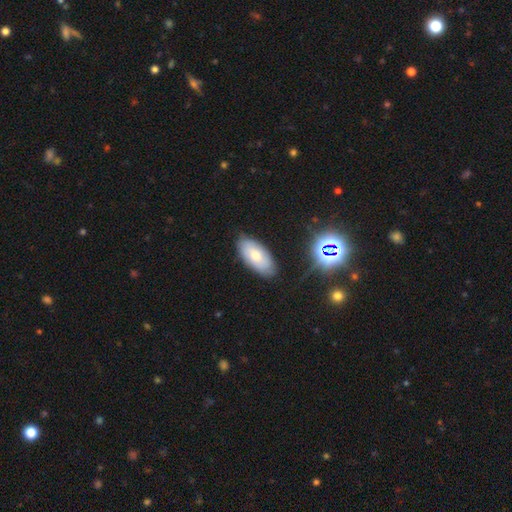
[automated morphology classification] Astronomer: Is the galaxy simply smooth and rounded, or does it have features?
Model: smooth — 62%.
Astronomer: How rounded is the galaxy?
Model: in between — 92%.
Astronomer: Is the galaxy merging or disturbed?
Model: none — 81%.